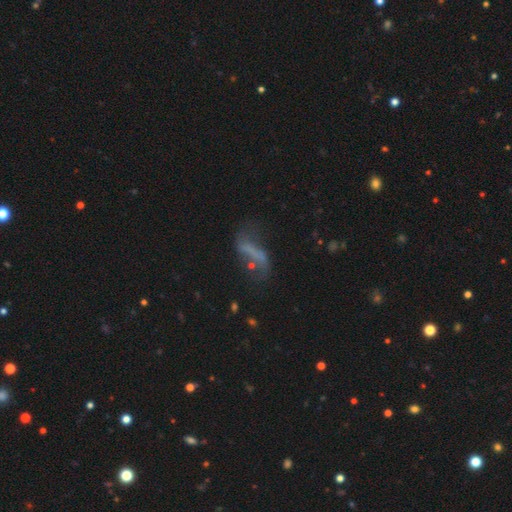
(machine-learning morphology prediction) smooth_or_featured: featured or disk (p=0.49) [alt: smooth p=0.35]
merging: none (p=0.44) [alt: major disturbance p=0.26]